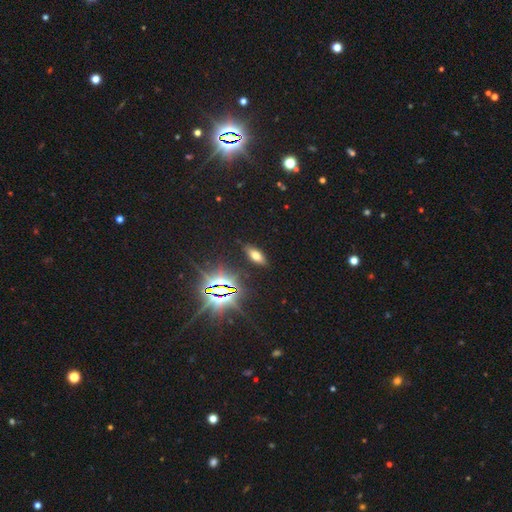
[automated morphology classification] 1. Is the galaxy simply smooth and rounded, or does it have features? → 55% smooth, 30% star or artifact, 15% featured or disk.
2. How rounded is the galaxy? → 79% in between, 17% cigar-shaped, 5% round.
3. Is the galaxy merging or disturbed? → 88% none, 8% minor disturbance, 2% major disturbance, 2% merger.